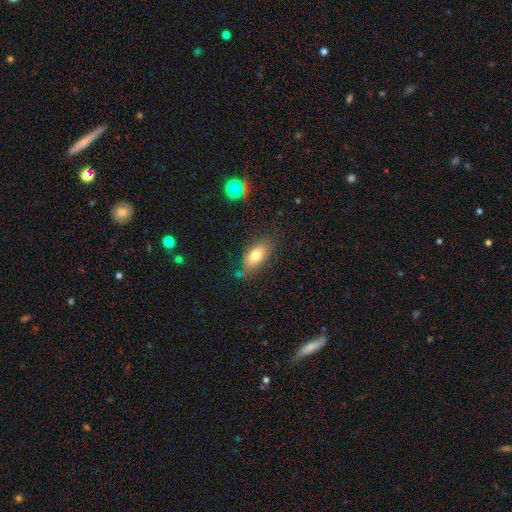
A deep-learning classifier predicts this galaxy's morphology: A smooth galaxy with no disk features (75%) that is in between round and cigar-shaped (86%). Merging: none (73%).